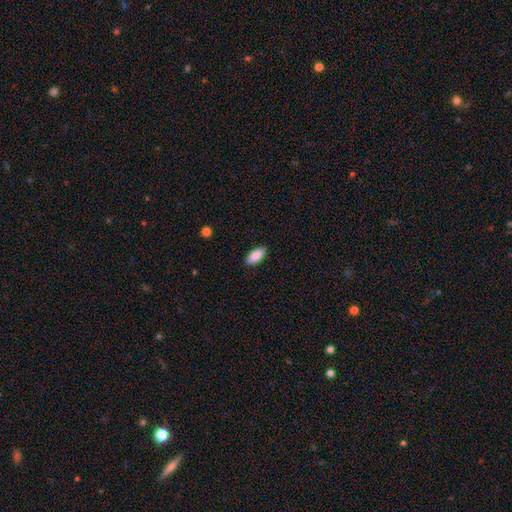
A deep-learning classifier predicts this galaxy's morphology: Overall: smooth (89%). How rounded: in between (89%). Merging: none (89%).